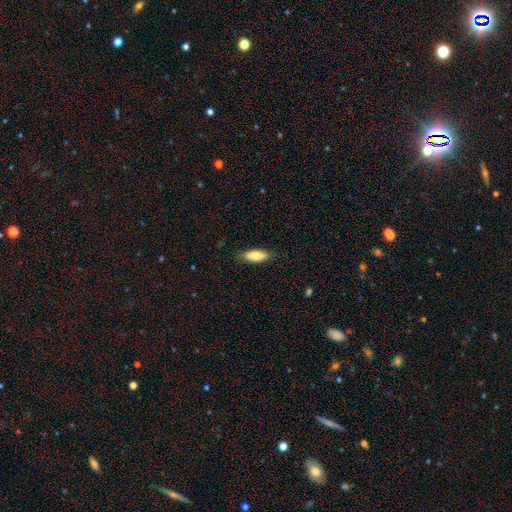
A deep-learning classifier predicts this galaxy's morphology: smooth-or-featured: smooth: 78% | featured or disk: 16% | star or artifact: 6%
  how-rounded: in between: 74% | cigar-shaped: 24% | round: 2%
  merging: none: 84% | minor disturbance: 13% | major disturbance: 2% | merger: 1%